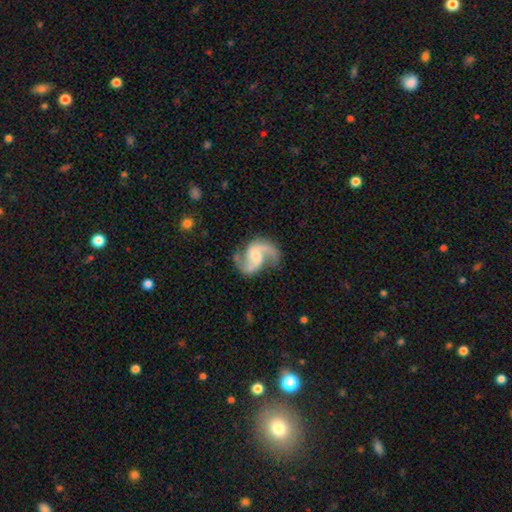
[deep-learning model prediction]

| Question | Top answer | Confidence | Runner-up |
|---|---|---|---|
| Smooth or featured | featured or disk | 91% | smooth (5%) |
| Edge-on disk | no | 98% | yes (2%) |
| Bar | no | 45% | weak (44%) |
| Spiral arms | yes | 98% | no (2%) |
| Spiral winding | medium | 52% | loose (39%) |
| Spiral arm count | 2 | 93% | 1 (2%) |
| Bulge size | moderate | 46% | small (38%) |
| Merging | none | 75% | minor disturbance (16%) |